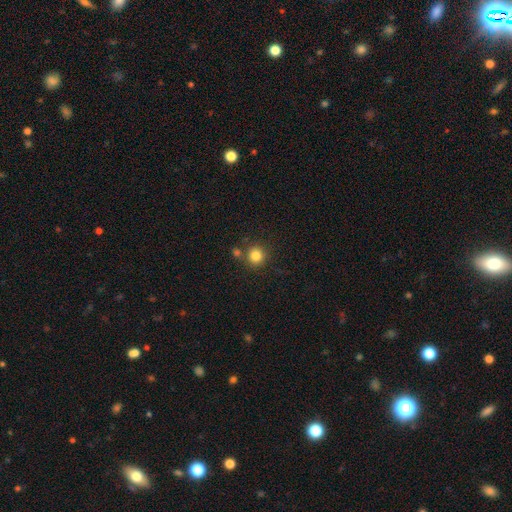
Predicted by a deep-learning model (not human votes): Smooth or featured?
  - smooth: 82% *
  - star or artifact: 12%
  - featured or disk: 6%
How rounded?
  - round: 92% *
  - in between: 7%
  - cigar-shaped: 1%
Merging?
  - none: 74% *
  - merger: 13%
  - minor disturbance: 9%
  - major disturbance: 3%